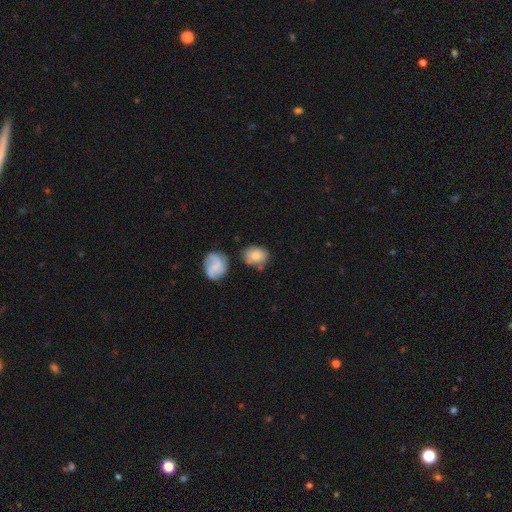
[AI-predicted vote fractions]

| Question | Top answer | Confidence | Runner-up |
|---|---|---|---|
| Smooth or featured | smooth | 75% | featured or disk (17%) |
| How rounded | in between | 50% | round (49%) |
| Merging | none | 62% | minor disturbance (22%) |